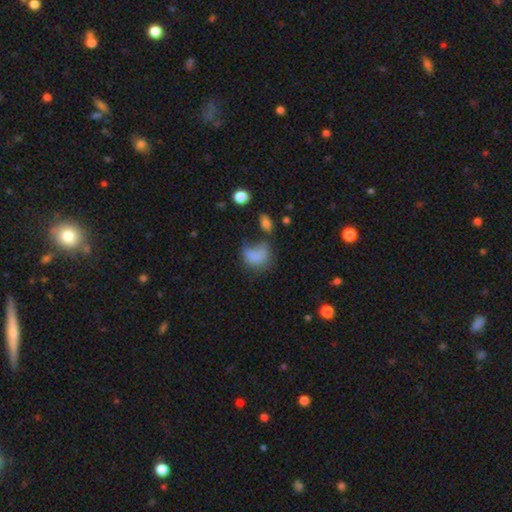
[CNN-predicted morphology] Q: Smooth or featured?
A: smooth (74%); runner-up: featured or disk (13%)
Q: How rounded?
A: in between (64%); runner-up: round (34%)
Q: Merging?
A: none (32%); runner-up: major disturbance (31%)